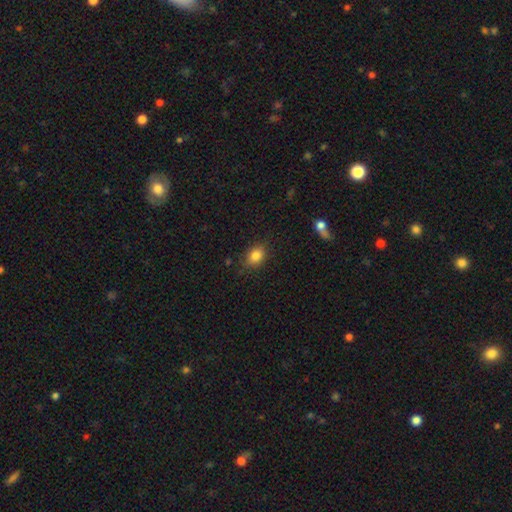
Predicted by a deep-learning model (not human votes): smooth_or_featured: smooth (p=0.83) [alt: star or artifact p=0.10]
how_rounded: in between (p=0.68) [alt: round p=0.31]
merging: none (p=0.81) [alt: minor disturbance p=0.14]